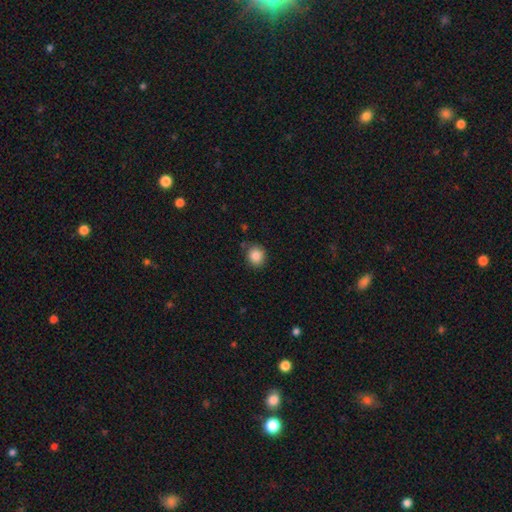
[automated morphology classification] The model was most divided on "how rounded": round: 83%, in between: 16%, cigar-shaped: 1%. More confident: smooth or featured — smooth (86%); merging — none (84%).